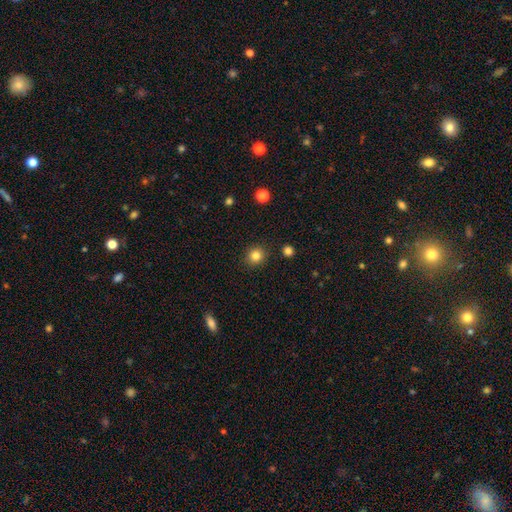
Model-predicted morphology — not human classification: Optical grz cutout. It shows a smooth galaxy with no disk features (83%) that is round (87%). Merging: none (90%).